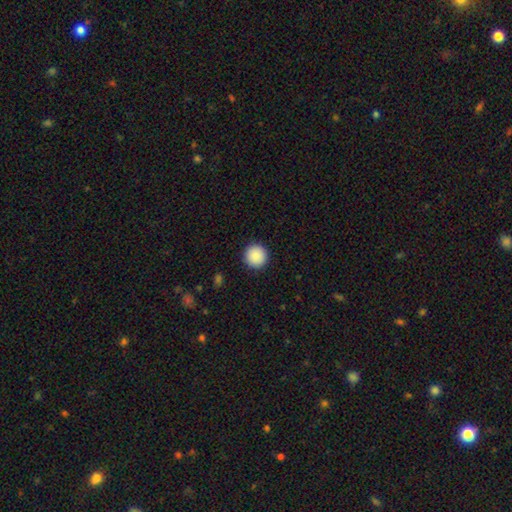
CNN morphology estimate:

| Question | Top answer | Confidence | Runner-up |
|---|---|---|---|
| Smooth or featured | smooth | 89% | star or artifact (8%) |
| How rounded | round | 96% | in between (3%) |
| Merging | none | 93% | minor disturbance (5%) |